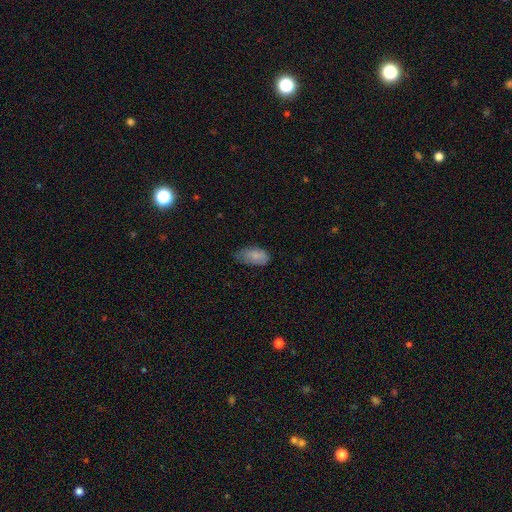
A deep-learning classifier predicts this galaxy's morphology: Smooth or featured? Predicted: smooth (p=0.82). How rounded? Predicted: in between (p=0.94). Merging? Predicted: none (p=0.46).